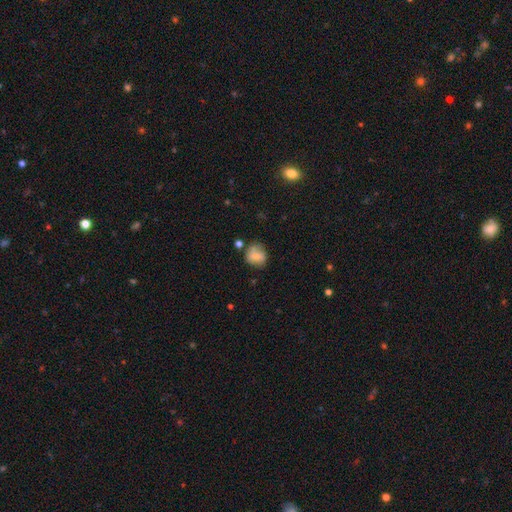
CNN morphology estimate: smooth-or-featured: smooth: 71% | featured or disk: 20% | star or artifact: 9%
  how-rounded: round: 73% | in between: 26% | cigar-shaped: 1%
  merging: none: 59% | minor disturbance: 26% | major disturbance: 8% | merger: 7%